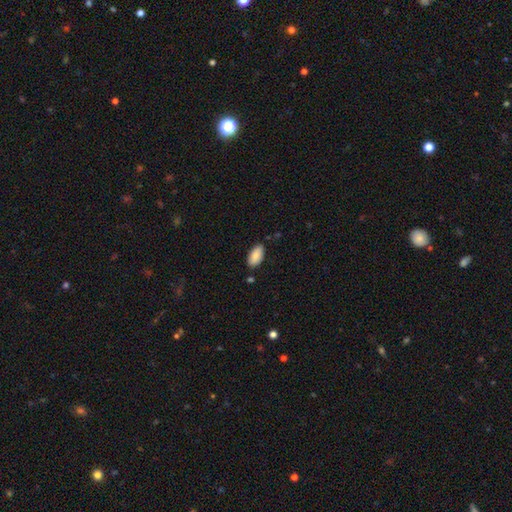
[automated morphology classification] smooth_or_featured: smooth (p=0.84) [alt: featured or disk p=0.09]
how_rounded: in between (p=0.94) [alt: cigar-shaped p=0.04]
merging: none (p=0.81) [alt: minor disturbance p=0.14]